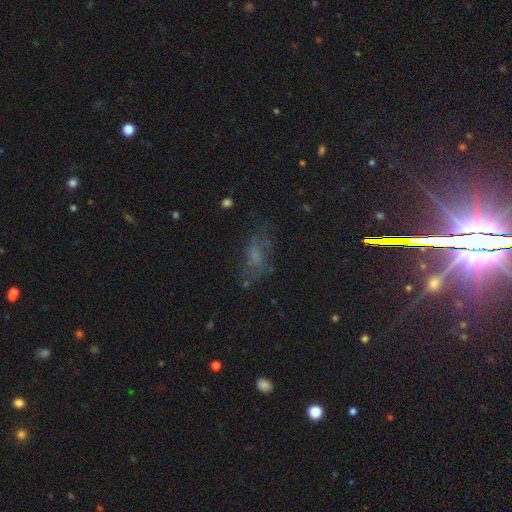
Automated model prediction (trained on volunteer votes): Q: Smooth or featured?
A: smooth (40%); runner-up: featured or disk (32%)
Q: Merging?
A: none (53%); runner-up: major disturbance (23%)